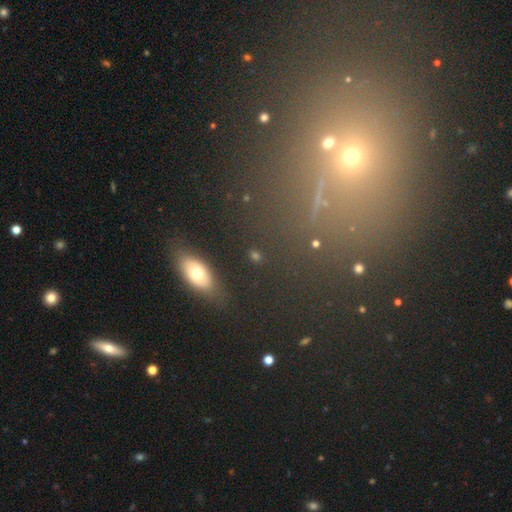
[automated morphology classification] A smooth galaxy with no disk features (55%) that is in between round and cigar-shaped (73%). Merging: none (86%).